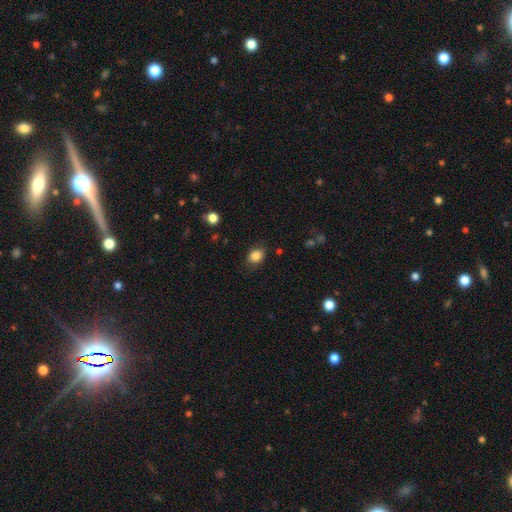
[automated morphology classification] Smooth or featured?
  - smooth: 85% *
  - star or artifact: 10%
  - featured or disk: 5%
How rounded?
  - in between: 55% *
  - round: 44%
  - cigar-shaped: 1%
Merging?
  - none: 81% *
  - minor disturbance: 14%
  - major disturbance: 3%
  - merger: 1%